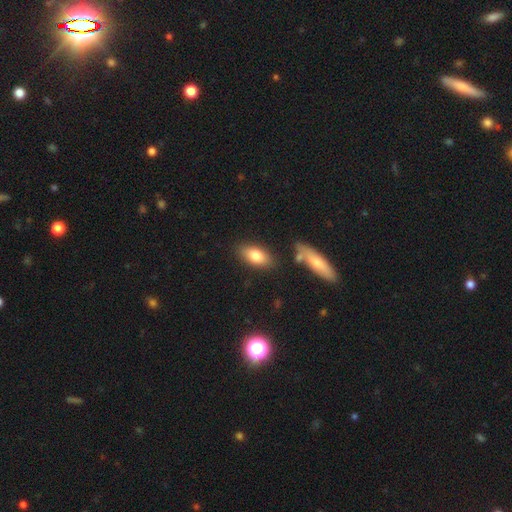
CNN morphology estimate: smooth_or_featured: smooth (p=0.80) [alt: featured or disk p=0.13]
how_rounded: in between (p=0.87) [alt: cigar-shaped p=0.08]
merging: none (p=0.80) [alt: minor disturbance p=0.12]